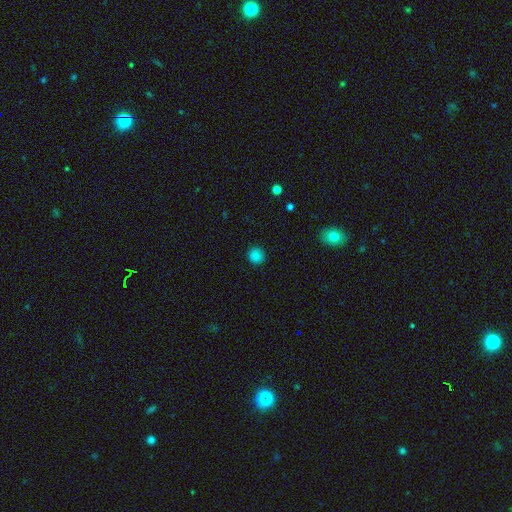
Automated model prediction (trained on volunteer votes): This is clearly a smooth galaxy (84%). How rounded: clearly round (92%). Merging: clearly none (91%).